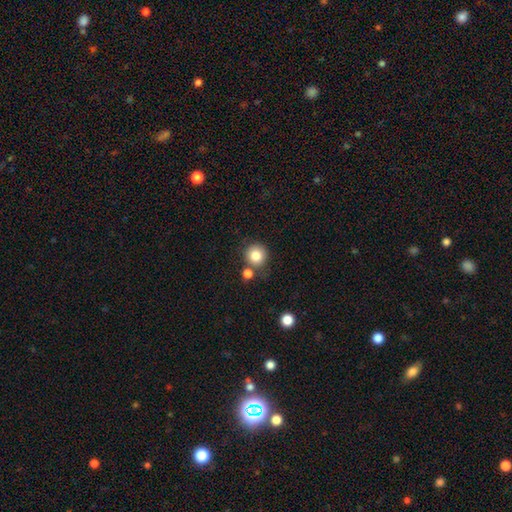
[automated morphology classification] A smooth galaxy with no disk features (83%) that is round (92%). Merging: none (71%).